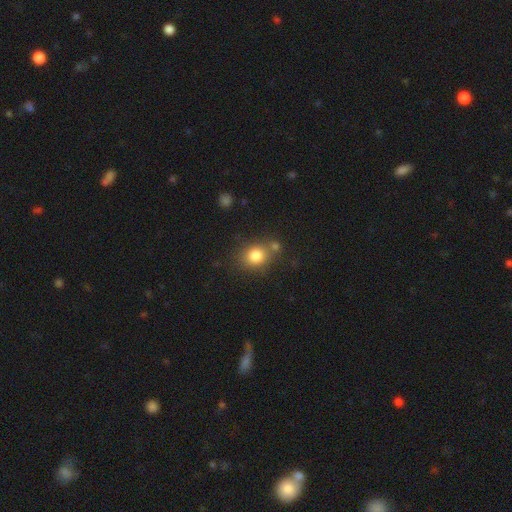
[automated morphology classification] This is clearly a smooth galaxy (82%). How rounded: likely round (69%). Merging: likely none (65%).